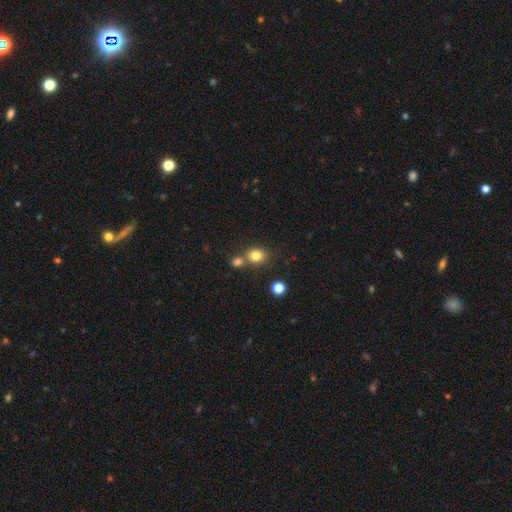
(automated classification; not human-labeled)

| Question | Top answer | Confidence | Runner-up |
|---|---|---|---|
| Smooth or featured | smooth | 81% | star or artifact (12%) |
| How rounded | round | 59% | in between (40%) |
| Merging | none | 60% | merger (26%) |